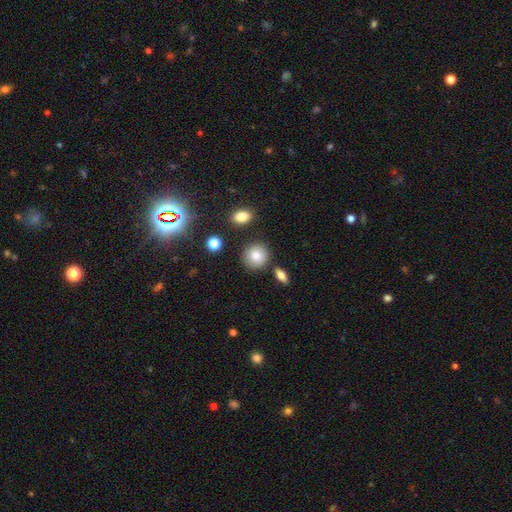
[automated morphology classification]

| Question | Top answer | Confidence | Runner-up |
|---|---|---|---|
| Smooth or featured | smooth | 81% | featured or disk (10%) |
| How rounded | round | 85% | in between (13%) |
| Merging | none | 83% | minor disturbance (9%) |